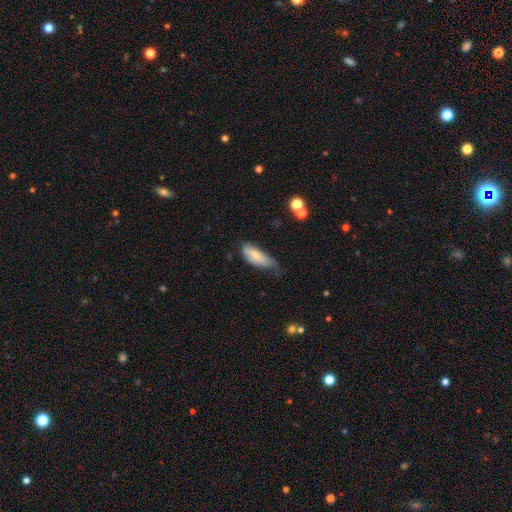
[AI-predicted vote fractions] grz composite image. It shows a smooth galaxy with no disk features (75%) that is in between round and cigar-shaped (79%). Merging: minor disturbance (48%).